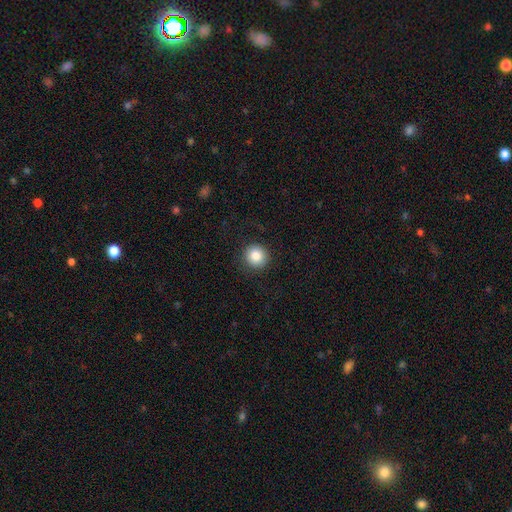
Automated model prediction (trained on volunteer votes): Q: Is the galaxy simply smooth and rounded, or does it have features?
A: smooth — 84%.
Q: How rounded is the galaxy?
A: round — 94%.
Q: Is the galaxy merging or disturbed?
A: none — 90%.